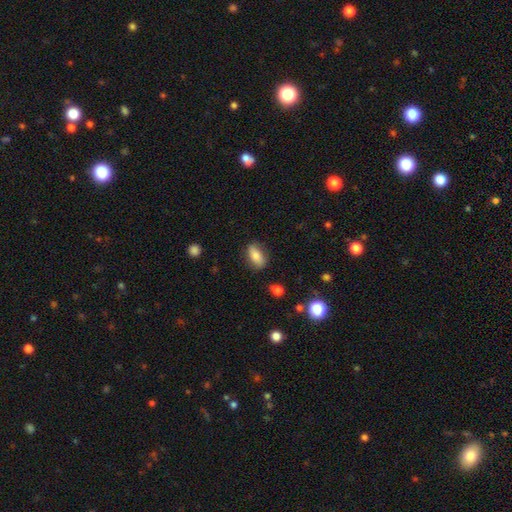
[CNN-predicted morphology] Smooth or featured: smooth — 77% (featured or disk — 15%)
How rounded: in between — 85% (cigar-shaped — 9%)
Merging: none — 81% (minor disturbance — 14%)